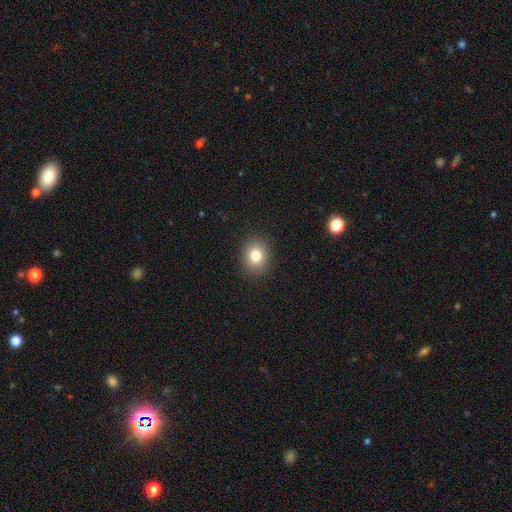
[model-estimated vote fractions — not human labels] smooth 81%, star or artifact 11%, featured or disk 8%. Down the decision tree: how rounded — round (62%); merging — none (90%).